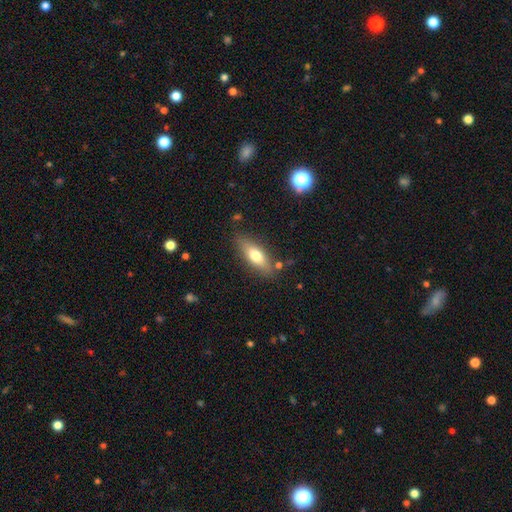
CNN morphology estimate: smooth-or-featured: smooth: 67% | featured or disk: 26% | star or artifact: 7%
  how-rounded: in between: 63% | cigar-shaped: 34% | round: 3%
  merging: none: 82% | minor disturbance: 13% | major disturbance: 3% | merger: 3%